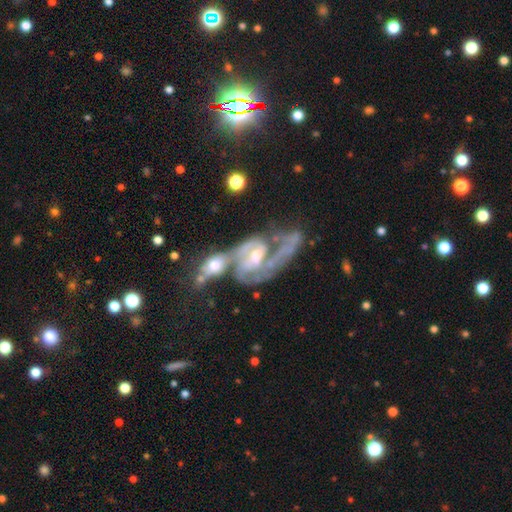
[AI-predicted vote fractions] smooth_or_featured: featured or disk (p=0.85) [alt: star or artifact p=0.08]
disk_edge_on: no (p=0.95) [alt: yes p=0.05]
bar: weak (p=0.43) [alt: no p=0.32]
has_spiral_arms: yes (p=0.95) [alt: no p=0.05]
spiral_winding: medium (p=0.46) [alt: tight p=0.36]
spiral_arm_count: 2 (p=0.68) [alt: can't tell p=0.13]
bulge_size: moderate (p=0.48) [alt: small p=0.46]
merging: merger (p=0.55) [alt: none p=0.21]